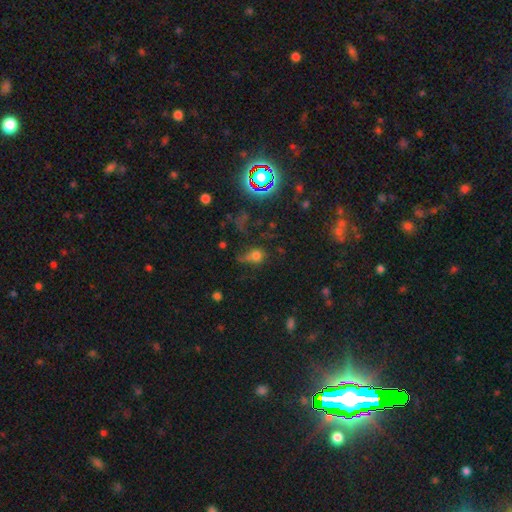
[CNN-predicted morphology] smooth-or-featured: smooth: 56% | star or artifact: 28% | featured or disk: 16%
  how-rounded: round: 60% | in between: 37% | cigar-shaped: 3%
  merging: none: 43% | major disturbance: 26% | minor disturbance: 23% | merger: 7%